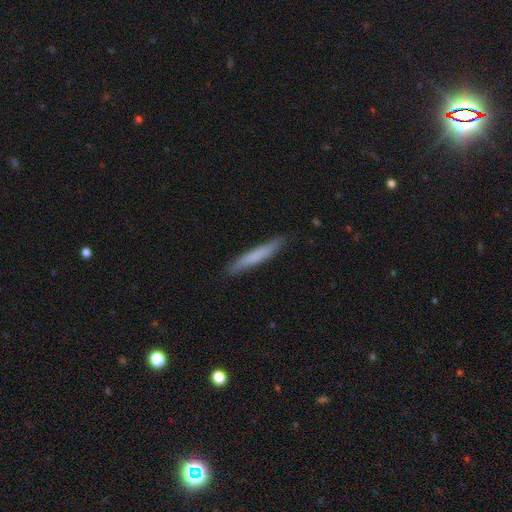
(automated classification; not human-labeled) This is likely a smooth galaxy (72%). How rounded: clearly cigar-shaped (95%). Merging: clearly none (89%).